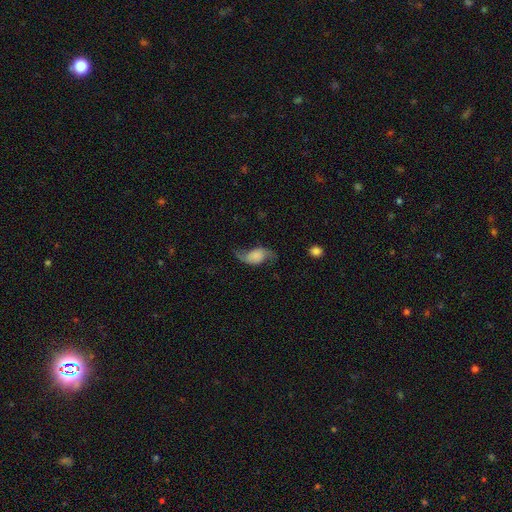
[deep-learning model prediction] smooth-or-featured: featured or disk: 67% | smooth: 24% | star or artifact: 9%
  disk-edge-on: no: 96% | yes: 4%
    bar: no: 67% | weak: 26% | strong: 8%
    has-spiral-arms: yes: 93% | no: 7%
      spiral-winding: loose: 81% | medium: 15% | tight: 4%
      spiral-arm-count: 2: 91% | 1: 4% | can't tell: 2% | 3: 1% | 4: 1% | more than 4: 1%
    bulge-size: none: 39% | large: 18% | small: 18% | dominant: 15% | moderate: 11%
  merging: none: 62% | minor disturbance: 21% | major disturbance: 15% | merger: 2%